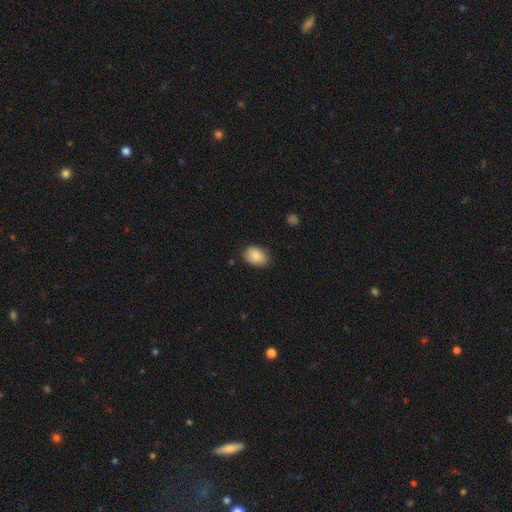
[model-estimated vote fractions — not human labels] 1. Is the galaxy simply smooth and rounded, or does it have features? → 87% smooth, 7% star or artifact, 6% featured or disk.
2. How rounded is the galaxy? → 79% in between, 20% round, 1% cigar-shaped.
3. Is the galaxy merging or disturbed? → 83% none, 13% minor disturbance, 3% major disturbance, 1% merger.